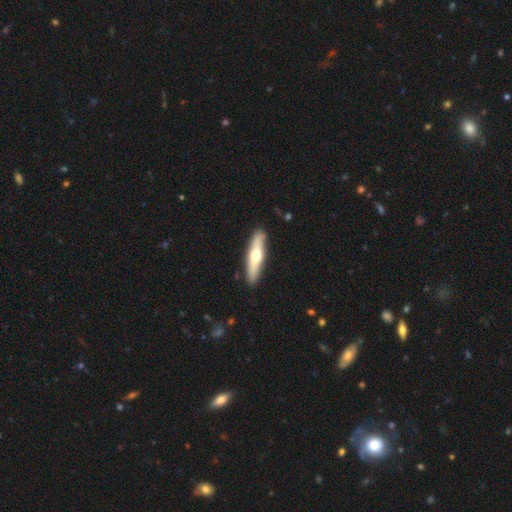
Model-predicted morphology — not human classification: Smooth or featured? Predicted: featured or disk (p=0.48). Merging? Predicted: none (p=0.89).